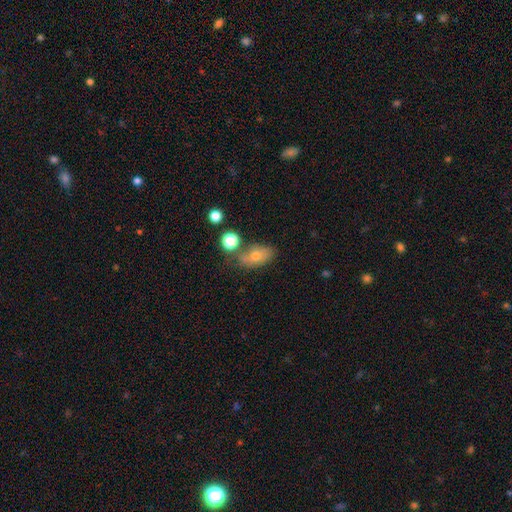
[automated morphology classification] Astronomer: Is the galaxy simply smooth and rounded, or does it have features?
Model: smooth — 66%.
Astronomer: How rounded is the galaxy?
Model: in between — 80%.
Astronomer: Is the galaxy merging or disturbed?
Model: none — 62%.